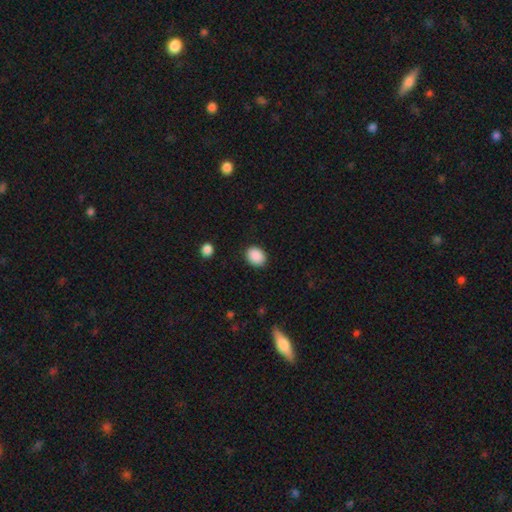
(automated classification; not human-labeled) smooth-or-featured: smooth: 89% | star or artifact: 8% | featured or disk: 3%
  how-rounded: in between: 56% | round: 43% | cigar-shaped: 1%
  merging: none: 88% | minor disturbance: 8% | major disturbance: 2% | merger: 1%